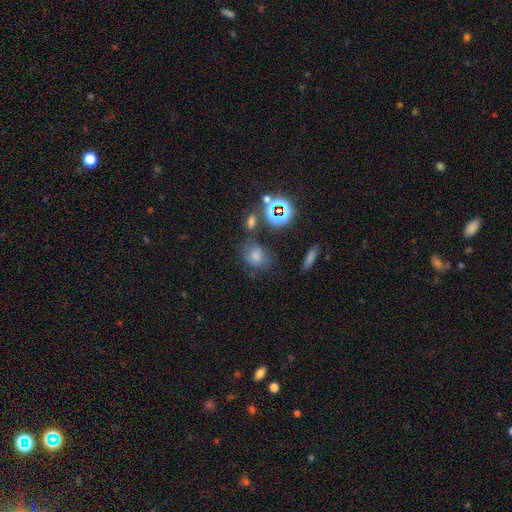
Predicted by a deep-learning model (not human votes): smooth-or-featured: smooth: 54% | star or artifact: 33% | featured or disk: 13%
  how-rounded: round: 62% | in between: 36% | cigar-shaped: 2%
  merging: none: 68% | minor disturbance: 16% | merger: 10% | major disturbance: 7%